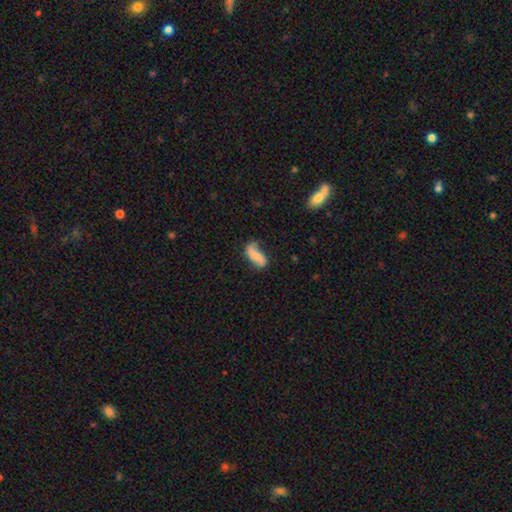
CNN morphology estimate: Overall: smooth (56%; featured or disk 36%). How rounded: in between (77%). Merging: none (48%; minor disturbance 31%).